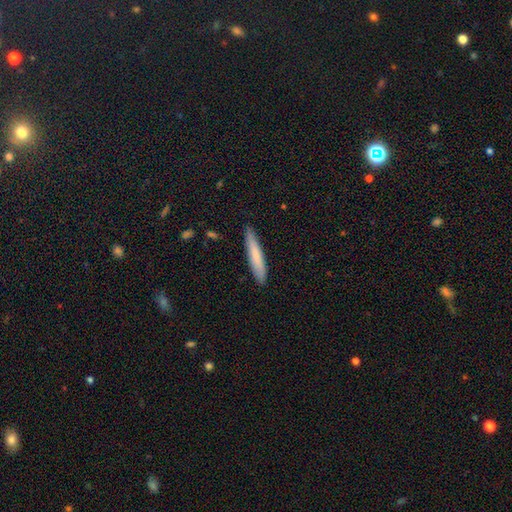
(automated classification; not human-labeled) Morphology: type=smooth (76%); roundness=cigar-shaped (93%); merging=none (88%).